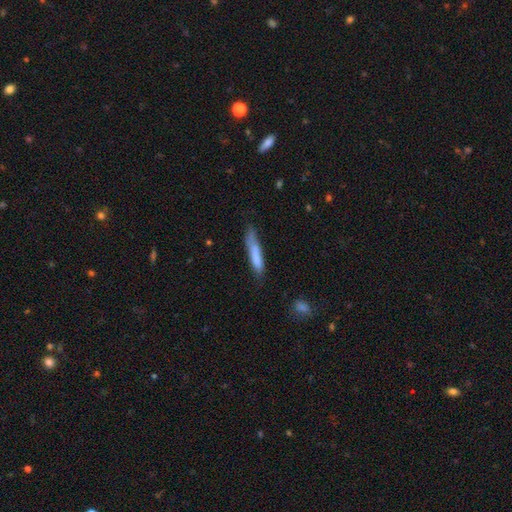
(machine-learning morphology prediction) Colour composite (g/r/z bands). It shows a smooth galaxy with no disk features (76%) that is cigar-shaped (88%). Merging: none (59%).